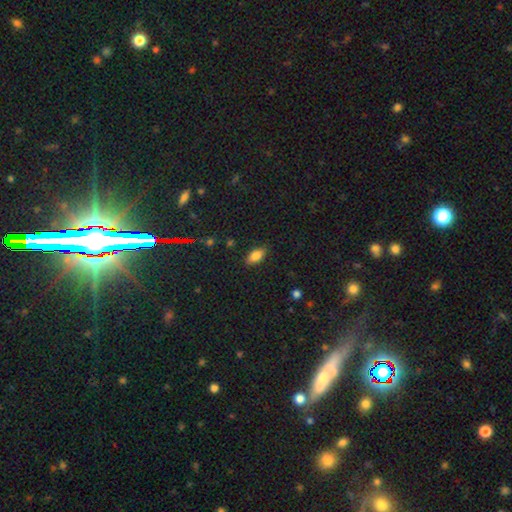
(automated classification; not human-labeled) Smooth or featured? smooth (83%)
How rounded? in between (89%)
Merging? none (86%)